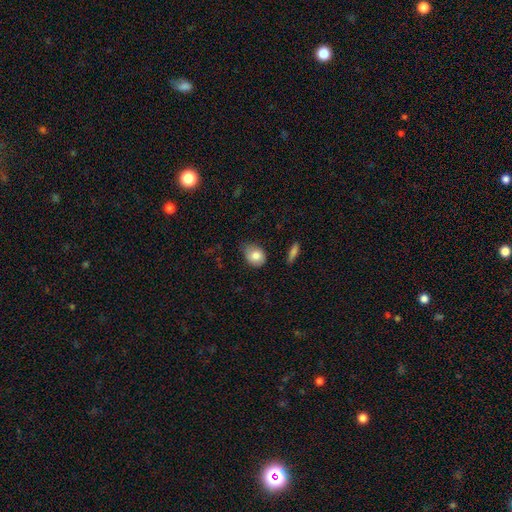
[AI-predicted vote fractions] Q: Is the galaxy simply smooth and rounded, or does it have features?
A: smooth — 80%.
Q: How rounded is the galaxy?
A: in between — 52%.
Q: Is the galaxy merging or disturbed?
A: none — 63%.